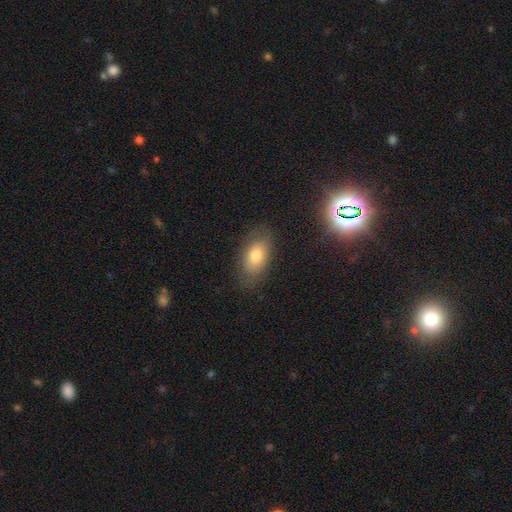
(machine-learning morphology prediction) A smooth galaxy with no disk features (75%) that is in between round and cigar-shaped (89%).

Vote fractions:
- Smooth or featured? smooth: 75% / featured or disk: 16% / star or artifact: 10%
- How rounded? in between: 89% / round: 9% / cigar-shaped: 2%
- Merging? none: 79% / minor disturbance: 15% / major disturbance: 5% / merger: 1%